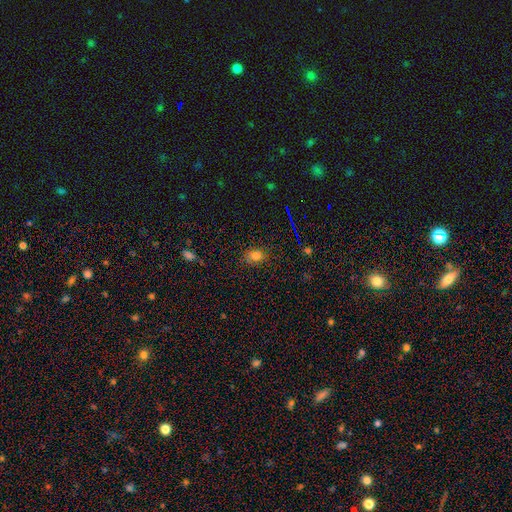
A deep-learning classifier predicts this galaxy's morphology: This is likely a smooth galaxy (77%). How rounded: possibly in between (56%). Merging: clearly none (81%).